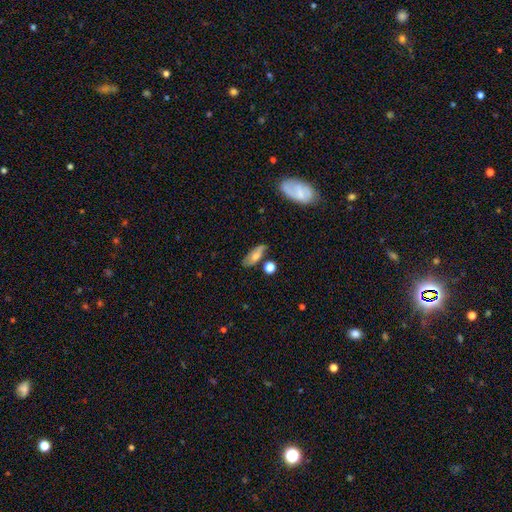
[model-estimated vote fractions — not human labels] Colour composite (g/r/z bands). It shows a smooth galaxy with no disk features (62%) that is in between round and cigar-shaped (75%). Merging: none (66%).